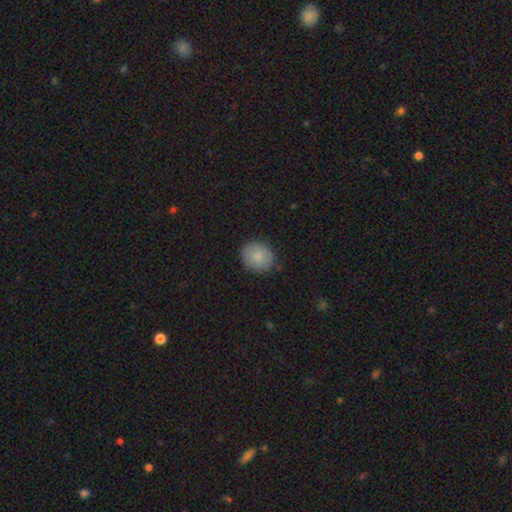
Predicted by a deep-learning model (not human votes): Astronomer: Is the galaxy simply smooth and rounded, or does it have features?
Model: smooth — 86%.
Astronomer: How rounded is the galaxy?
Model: round — 75%.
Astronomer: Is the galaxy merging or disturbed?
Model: none — 85%.